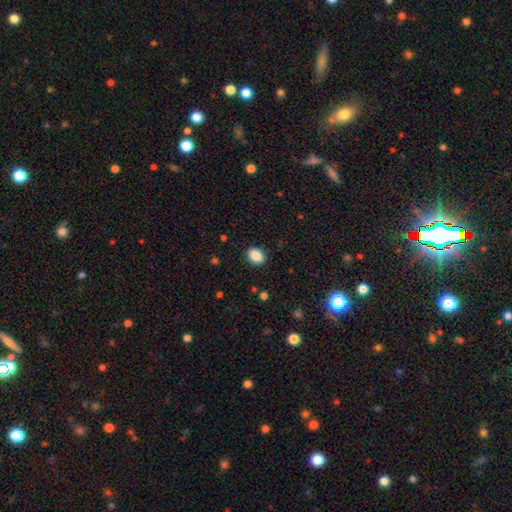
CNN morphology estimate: smooth-or-featured: smooth: 87% | star or artifact: 9% | featured or disk: 4%
  how-rounded: in between: 61% | round: 38% | cigar-shaped: 1%
  merging: none: 90% | minor disturbance: 7% | major disturbance: 2% | merger: 1%